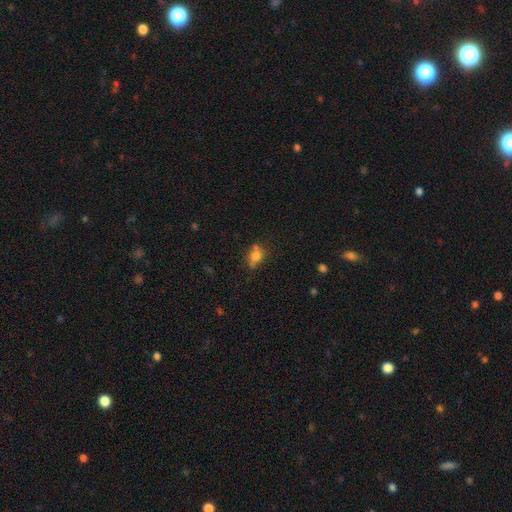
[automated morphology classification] The model was most divided on "how rounded": in between: 50%, round: 48%, cigar-shaped: 2%. More confident: smooth or featured — smooth (73%); merging — none (54%).